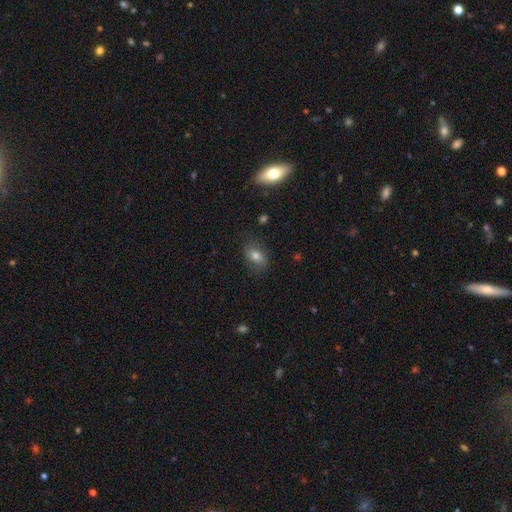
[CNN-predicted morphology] Smooth or featured? smooth (71%)
How rounded? in between (83%)
Merging? none (77%)